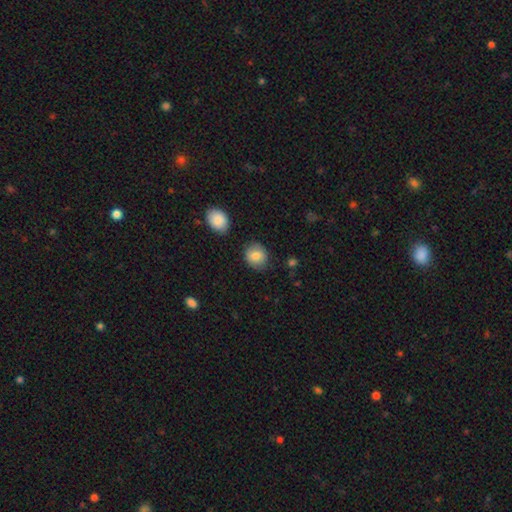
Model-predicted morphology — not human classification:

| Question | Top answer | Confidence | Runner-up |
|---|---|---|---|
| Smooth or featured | smooth | 83% | featured or disk (9%) |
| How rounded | round | 73% | in between (26%) |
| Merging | none | 81% | minor disturbance (13%) |